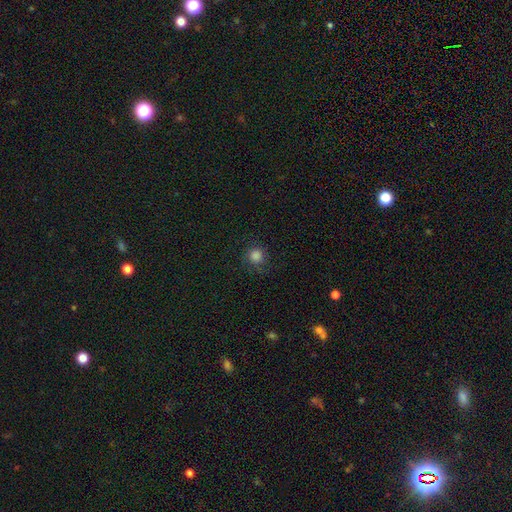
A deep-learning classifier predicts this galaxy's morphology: type=smooth (76%); roundness=round (90%); merging=none (72%).